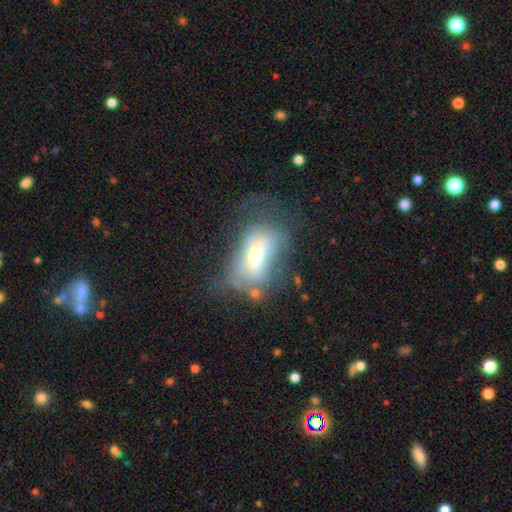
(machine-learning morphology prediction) type=smooth (52%); roundness=in between (80%); merging=none (34%).